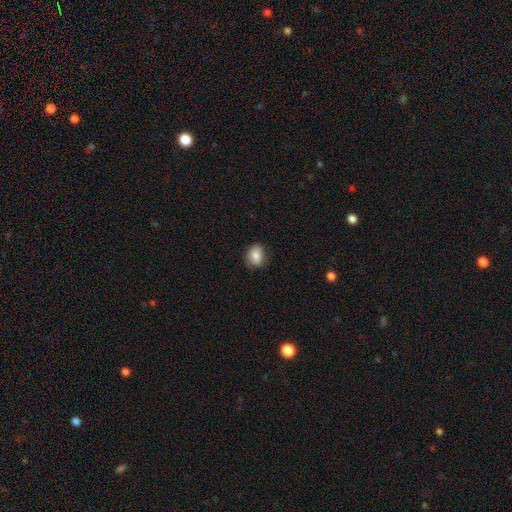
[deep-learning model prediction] Smooth or featured?
  - smooth: 84% *
  - star or artifact: 8%
  - featured or disk: 8%
How rounded?
  - in between: 58% *
  - round: 41%
  - cigar-shaped: 1%
Merging?
  - none: 81% *
  - minor disturbance: 15%
  - major disturbance: 3%
  - merger: 1%